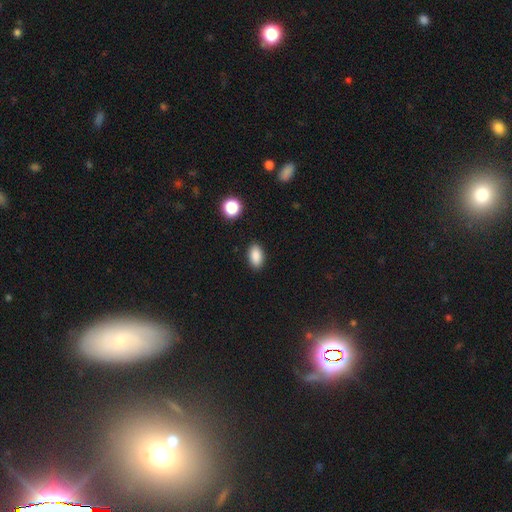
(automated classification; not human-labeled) This is clearly a smooth galaxy (88%). How rounded: clearly in between (91%). Merging: clearly none (89%).